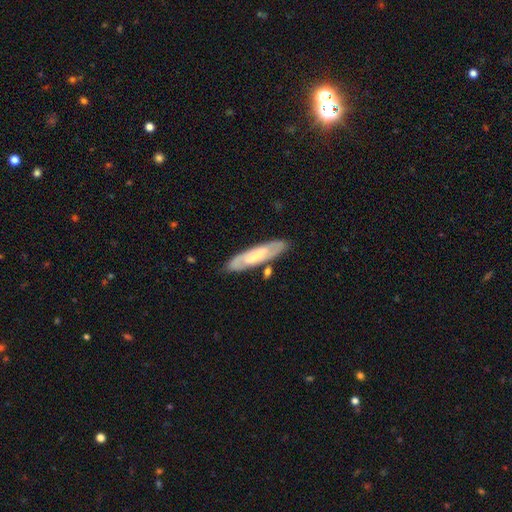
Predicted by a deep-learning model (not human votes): The model was most divided on "smooth or featured": featured or disk: 56%, smooth: 39%, star or artifact: 5%. More confident: merging — none (80%); edge-on disk — no (71%).